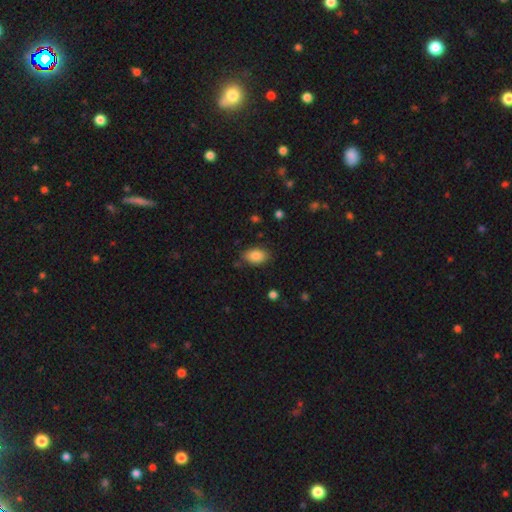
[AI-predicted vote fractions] Smooth or featured: smooth — 86% (star or artifact — 8%)
How rounded: in between — 88% (round — 10%)
Merging: none — 81% (minor disturbance — 14%)